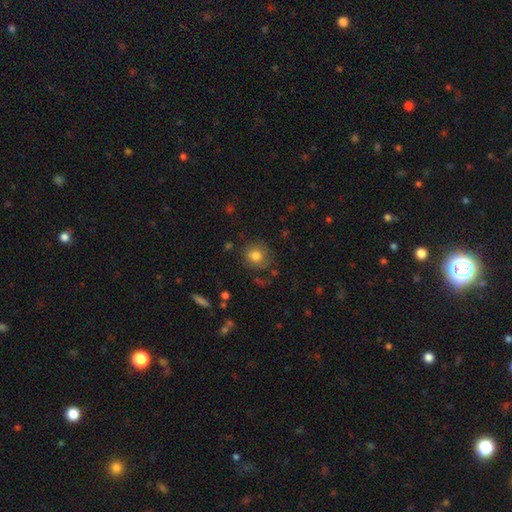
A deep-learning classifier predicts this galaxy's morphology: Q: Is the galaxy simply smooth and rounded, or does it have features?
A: smooth — 78%.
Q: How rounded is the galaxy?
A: round — 80%.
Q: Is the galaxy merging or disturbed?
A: none — 74%.